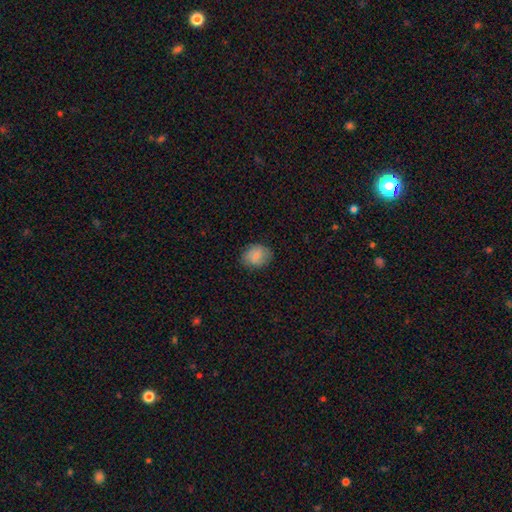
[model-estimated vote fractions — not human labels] smooth_or_featured: smooth (p=0.79) [alt: featured or disk p=0.13]
how_rounded: round (p=0.54) [alt: in between p=0.45]
merging: none (p=0.79) [alt: minor disturbance p=0.16]